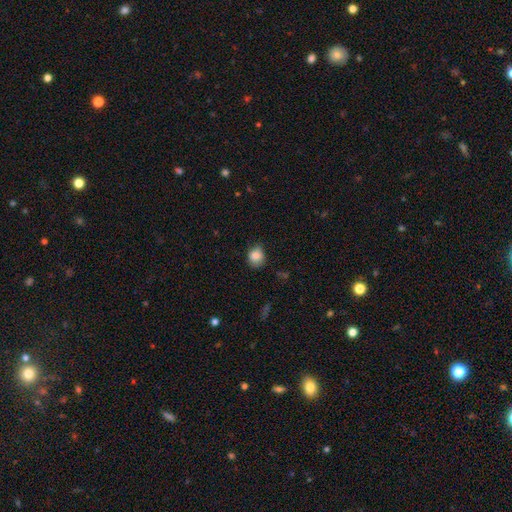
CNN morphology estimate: This is clearly a smooth galaxy (86%). How rounded: likely round (69%). Merging: likely none (68%).